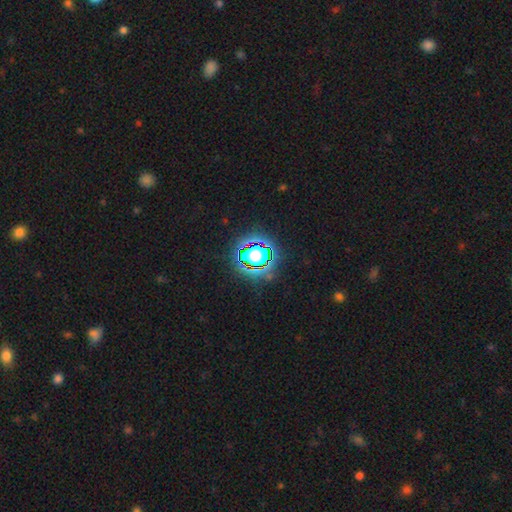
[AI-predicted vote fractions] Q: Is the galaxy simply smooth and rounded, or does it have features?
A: star or artifact — 76%.